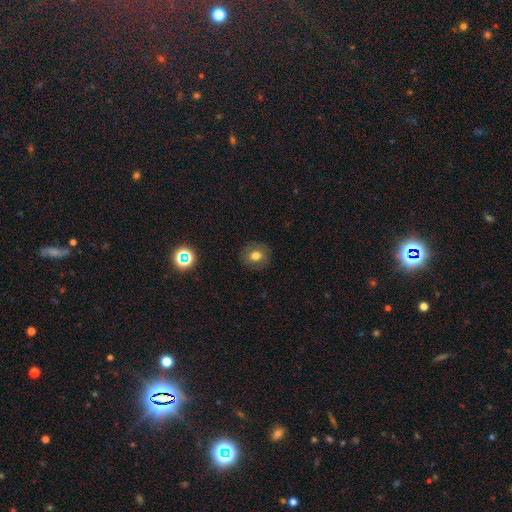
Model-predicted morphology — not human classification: Smooth or featured? Predicted: smooth (p=0.72). How rounded? Predicted: round (p=0.78). Merging? Predicted: none (p=0.86).